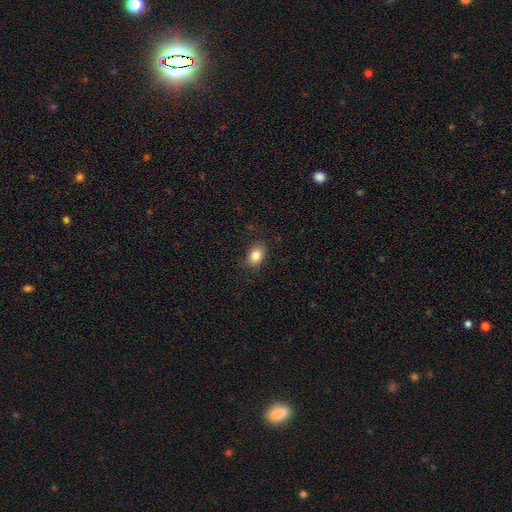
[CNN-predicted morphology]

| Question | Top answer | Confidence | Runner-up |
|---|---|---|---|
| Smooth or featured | smooth | 85% | star or artifact (10%) |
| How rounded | in between | 70% | round (29%) |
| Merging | none | 85% | minor disturbance (11%) |